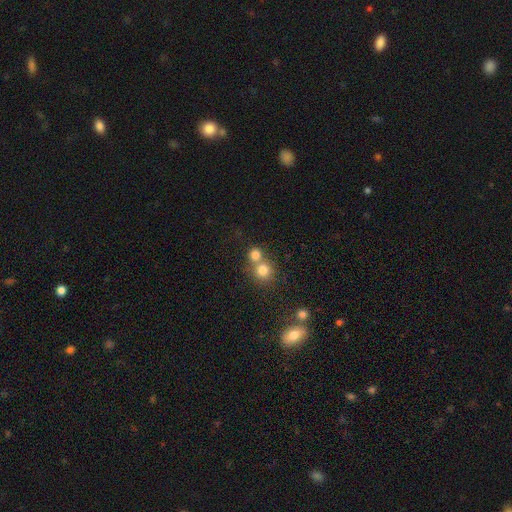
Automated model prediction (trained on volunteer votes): A smooth galaxy with no disk features (77%) that is round (88%).

Vote fractions:
- Smooth or featured? smooth: 77% / star or artifact: 14% / featured or disk: 9%
- How rounded? round: 88% / in between: 11% / cigar-shaped: 1%
- Merging? merger: 47% / none: 45% / minor disturbance: 6% / major disturbance: 2%